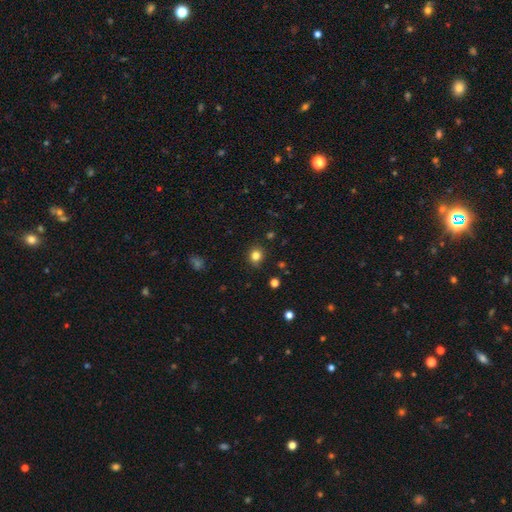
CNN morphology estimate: Smooth or featured? smooth (82%)
How rounded? round (77%)
Merging? none (85%)